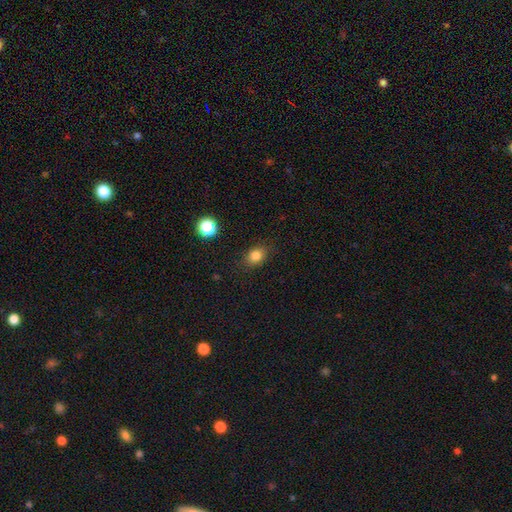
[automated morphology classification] Smooth or featured? Predicted: smooth (p=0.83). How rounded? Predicted: in between (p=0.58). Merging? Predicted: none (p=0.83).